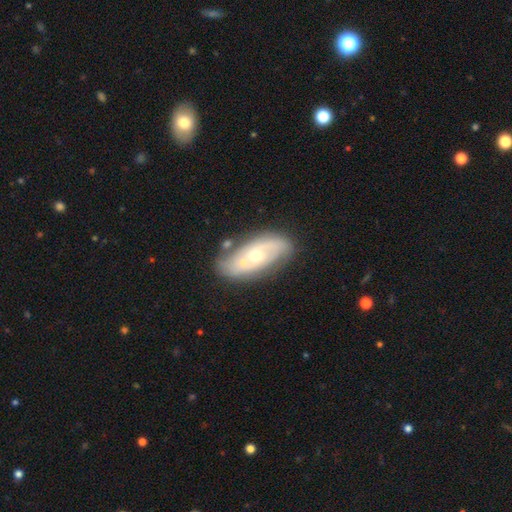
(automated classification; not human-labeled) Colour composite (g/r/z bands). It shows a featured or disk galaxy (66%) with no bar (69%), spiral arms (73%) and a moderate central bulge (50%). Merging: none (77%).